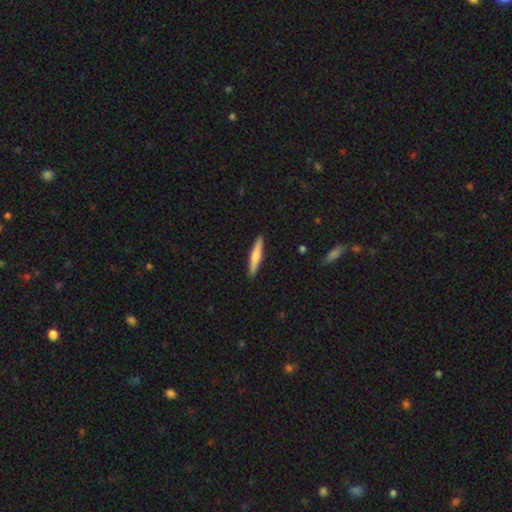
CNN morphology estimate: Smooth or featured: smooth — 61% (featured or disk — 33%)
How rounded: cigar-shaped — 91% (in between — 7%)
Merging: none — 91% (minor disturbance — 6%)